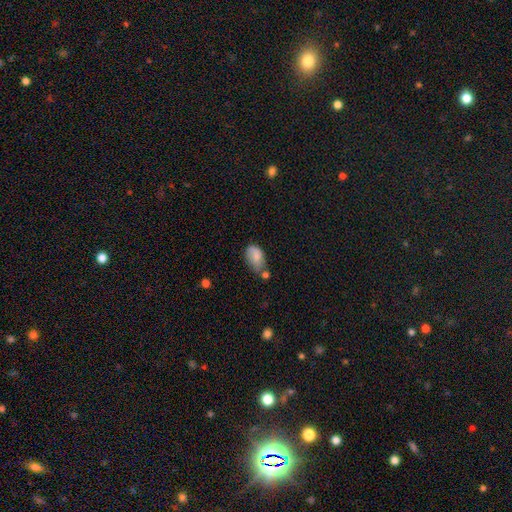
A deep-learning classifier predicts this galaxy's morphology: type=smooth (80%); roundness=in between (91%); merging=none (40%).